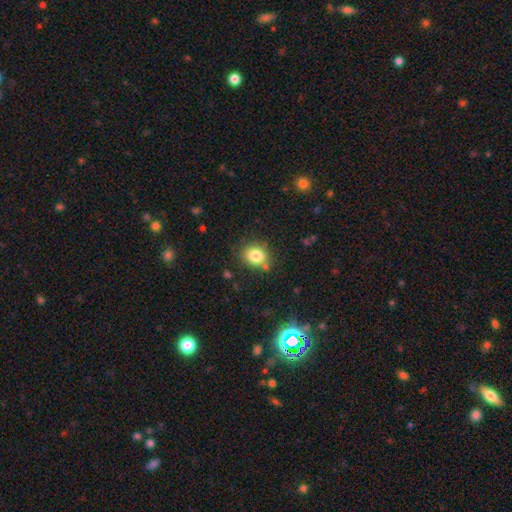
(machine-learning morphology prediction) Smooth or featured: smooth — 82% (star or artifact — 11%)
How rounded: round — 68% (in between — 32%)
Merging: none — 75% (minor disturbance — 15%)